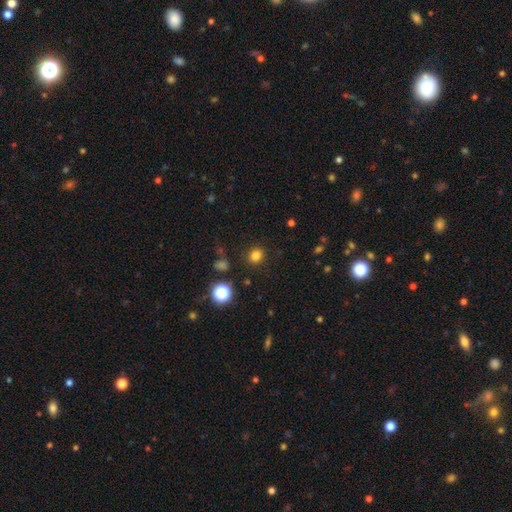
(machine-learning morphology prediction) smooth-or-featured: smooth: 79% | star or artifact: 16% | featured or disk: 5%
  how-rounded: round: 79% | in between: 20% | cigar-shaped: 1%
  merging: none: 87% | minor disturbance: 8% | major disturbance: 3% | merger: 2%